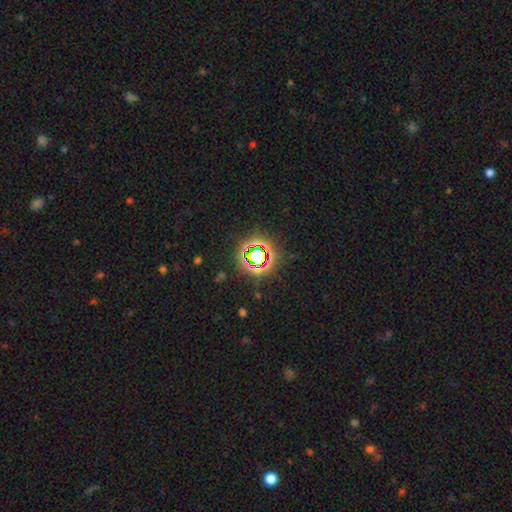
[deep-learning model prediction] A star or artifact, not a galaxy (70%).